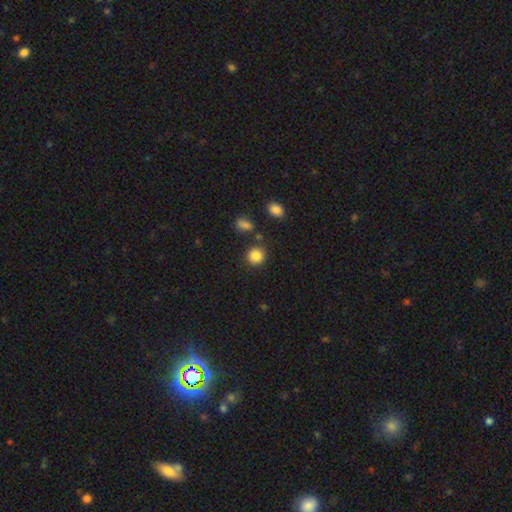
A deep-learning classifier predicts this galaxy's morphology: A smooth galaxy with no disk features (86%) that is round (88%). Merging: none (84%).